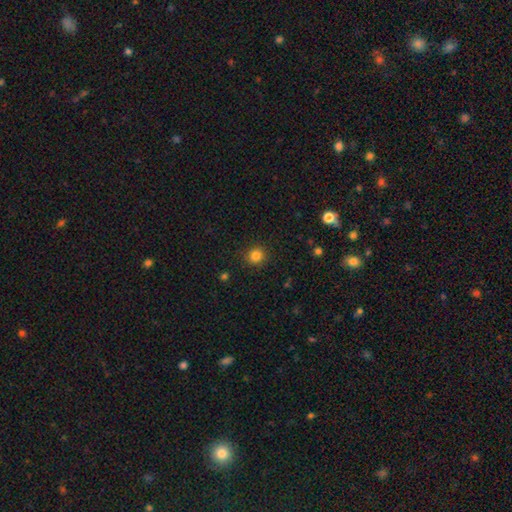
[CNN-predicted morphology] A smooth galaxy with no disk features (83%) that is round (91%). Merging: none (90%).